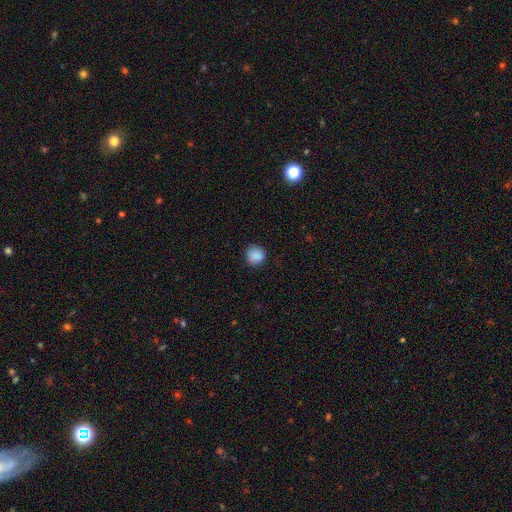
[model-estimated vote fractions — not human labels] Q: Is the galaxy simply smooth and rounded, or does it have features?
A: smooth — 88%.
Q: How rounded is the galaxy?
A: round — 89%.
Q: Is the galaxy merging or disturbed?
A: none — 85%.